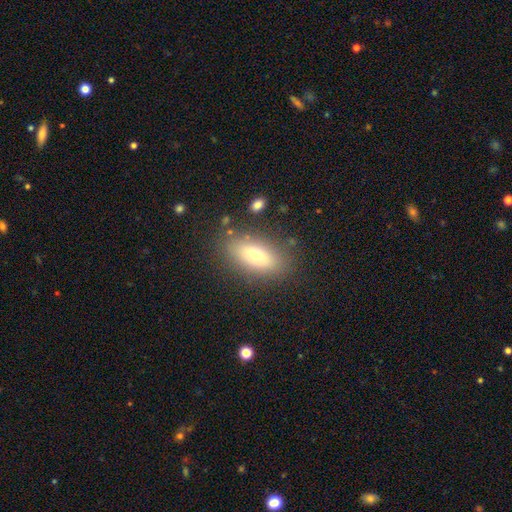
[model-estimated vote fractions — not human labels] smooth_or_featured: smooth (p=0.66) [alt: featured or disk p=0.24]
how_rounded: in between (p=0.81) [alt: cigar-shaped p=0.14]
merging: none (p=0.81) [alt: minor disturbance p=0.12]